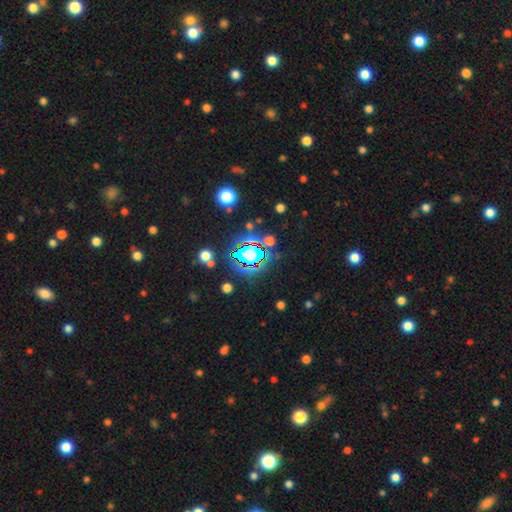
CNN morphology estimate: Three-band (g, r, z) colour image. It shows a star or artifact, not a galaxy (80%).